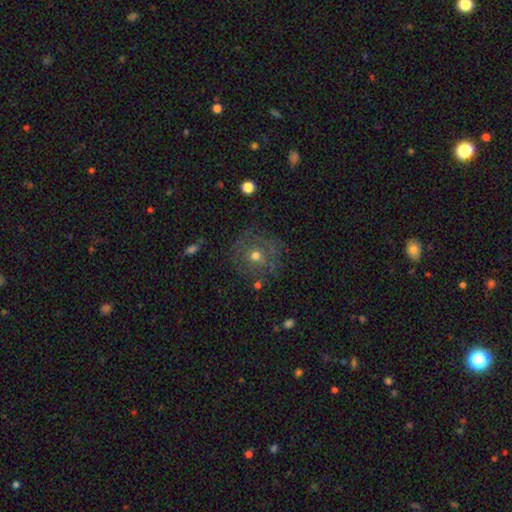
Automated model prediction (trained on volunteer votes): Smooth or featured? Predicted: smooth (p=0.48). Merging? Predicted: none (p=0.74).